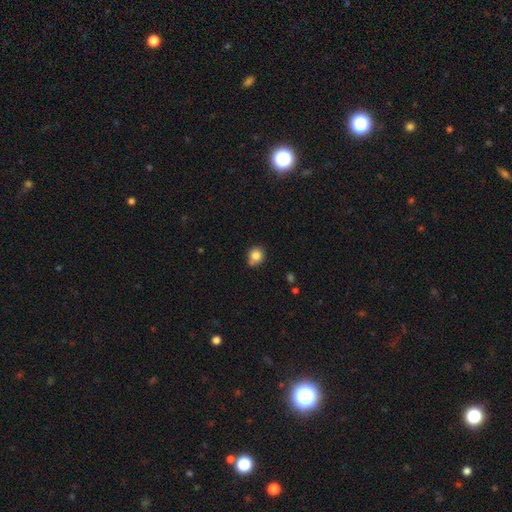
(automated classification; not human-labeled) A smooth galaxy with no disk features (84%) that is round (77%). Merging: none (64%).